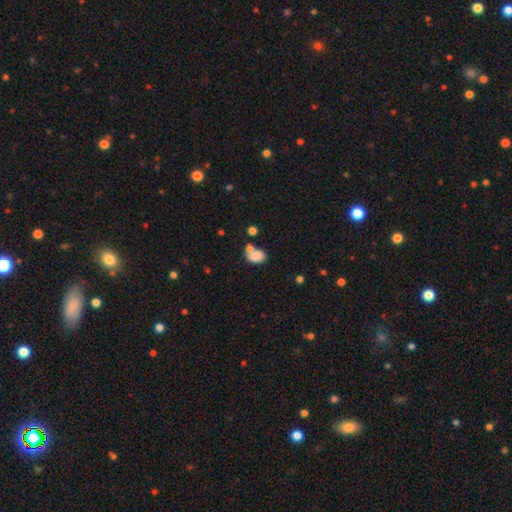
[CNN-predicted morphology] A smooth galaxy with no disk features (82%) that is in between round and cigar-shaped (79%).

Vote fractions:
- Smooth or featured? smooth: 82% / star or artifact: 9% / featured or disk: 9%
- How rounded? in between: 79% / round: 20% / cigar-shaped: 1%
- Merging? none: 43% / merger: 37% / minor disturbance: 14% / major disturbance: 6%